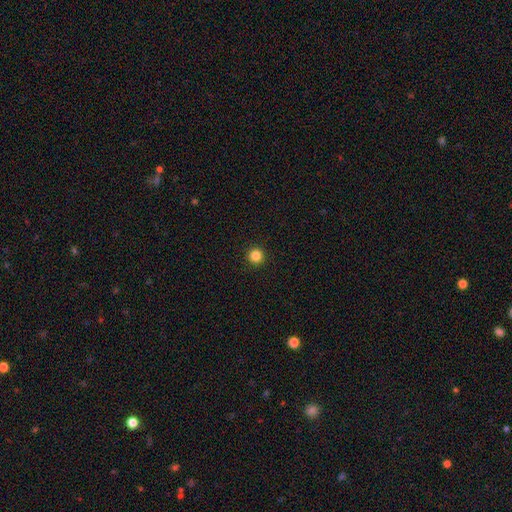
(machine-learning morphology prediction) Q: Smooth or featured?
A: smooth (85%); runner-up: star or artifact (12%)
Q: How rounded?
A: round (96%); runner-up: in between (3%)
Q: Merging?
A: none (94%); runner-up: minor disturbance (4%)